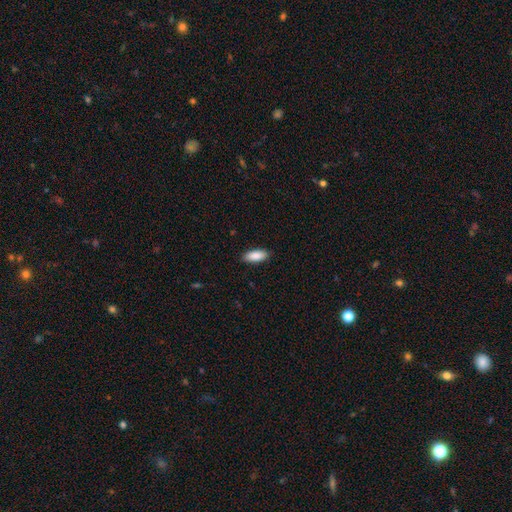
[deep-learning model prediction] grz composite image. It shows a smooth galaxy with no disk features (90%) that is in between round and cigar-shaped (83%). Merging: none (89%).